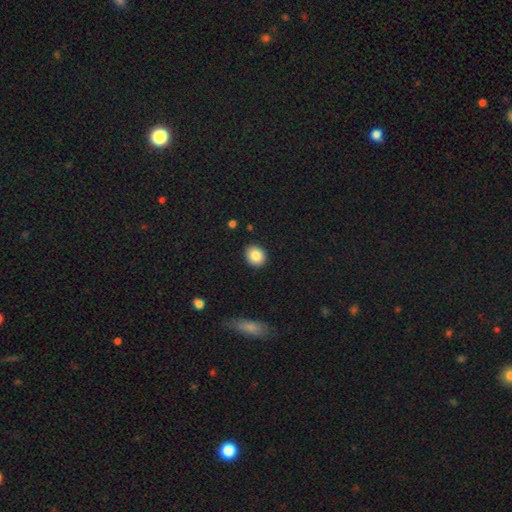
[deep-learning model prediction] smooth-or-featured: smooth: 86% | star or artifact: 8% | featured or disk: 6%
  how-rounded: round: 69% | in between: 30% | cigar-shaped: 1%
  merging: none: 90% | minor disturbance: 7% | major disturbance: 2% | merger: 1%